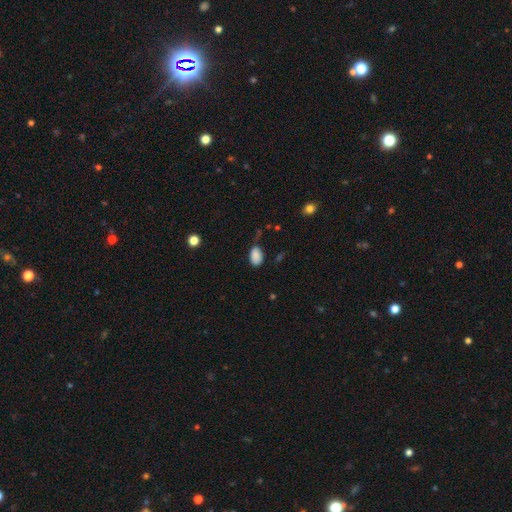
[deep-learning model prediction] This is clearly a smooth galaxy (87%). How rounded: clearly in between (90%). Merging: possibly none (58%).